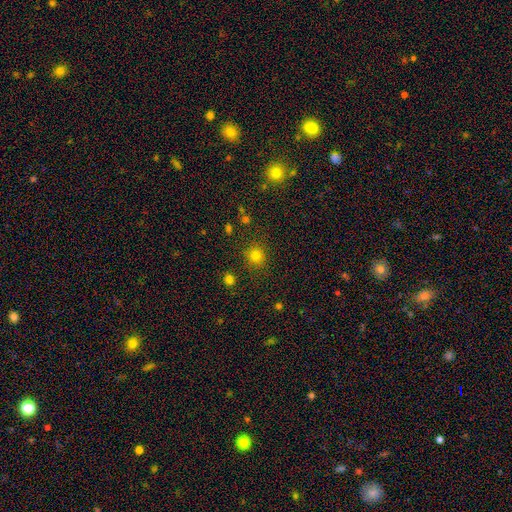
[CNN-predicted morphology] smooth-or-featured: smooth: 78% | star or artifact: 16% | featured or disk: 6%
  how-rounded: round: 90% | in between: 10% | cigar-shaped: 1%
  merging: none: 86% | minor disturbance: 8% | major disturbance: 3% | merger: 2%